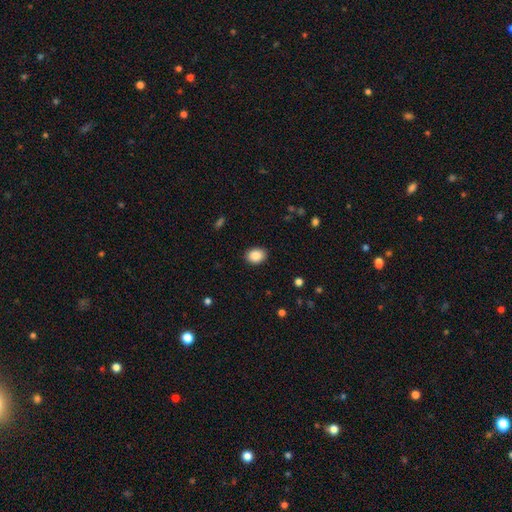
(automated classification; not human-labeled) smooth-or-featured: smooth: 88% | star or artifact: 8% | featured or disk: 4%
  how-rounded: in between: 57% | round: 42% | cigar-shaped: 1%
  merging: none: 89% | minor disturbance: 8% | major disturbance: 2% | merger: 1%